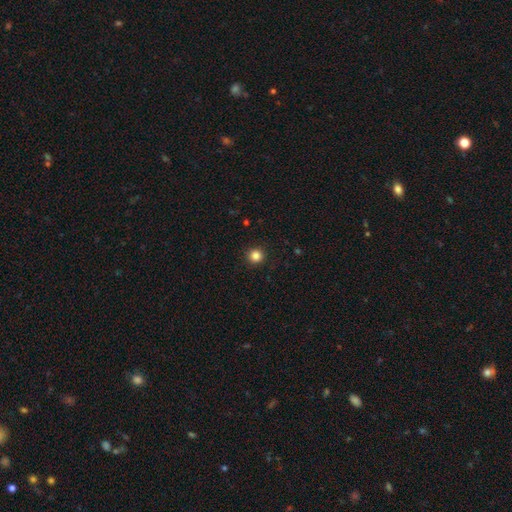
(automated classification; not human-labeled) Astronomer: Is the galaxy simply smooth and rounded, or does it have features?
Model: smooth — 84%.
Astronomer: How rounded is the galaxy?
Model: round — 94%.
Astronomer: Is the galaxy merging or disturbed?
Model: none — 93%.